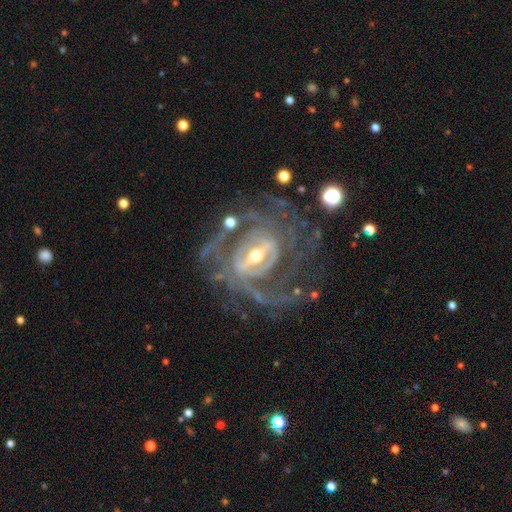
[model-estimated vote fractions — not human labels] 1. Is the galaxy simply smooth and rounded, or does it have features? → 89% featured or disk, 6% star or artifact, 4% smooth.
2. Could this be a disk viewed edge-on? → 96% no, 4% yes.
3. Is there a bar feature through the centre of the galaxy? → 52% strong, 35% weak, 13% no.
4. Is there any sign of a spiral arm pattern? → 94% yes, 6% no.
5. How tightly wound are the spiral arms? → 55% tight, 35% medium, 10% loose.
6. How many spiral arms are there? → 29% can't tell, 26% 2, 19% 3, 12% 4, 7% more than 4, 7% 1.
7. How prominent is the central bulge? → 47% moderate, 46% small, 4% large, 1% none, 1% dominant.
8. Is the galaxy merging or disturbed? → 58% none, 22% major disturbance, 16% minor disturbance, 4% merger.